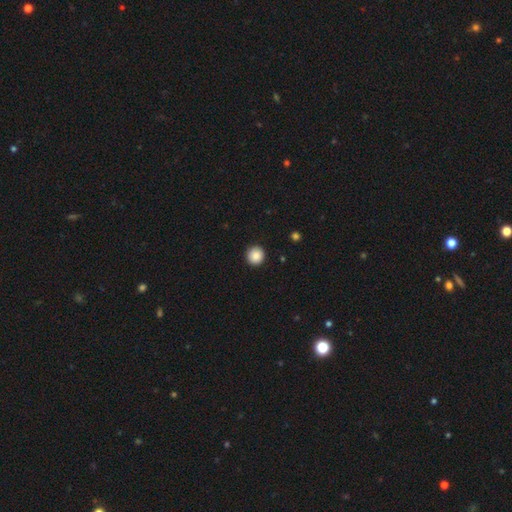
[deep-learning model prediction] smooth_or_featured: smooth (p=0.88) [alt: star or artifact p=0.09]
how_rounded: round (p=0.95) [alt: in between p=0.04]
merging: none (p=0.92) [alt: minor disturbance p=0.05]